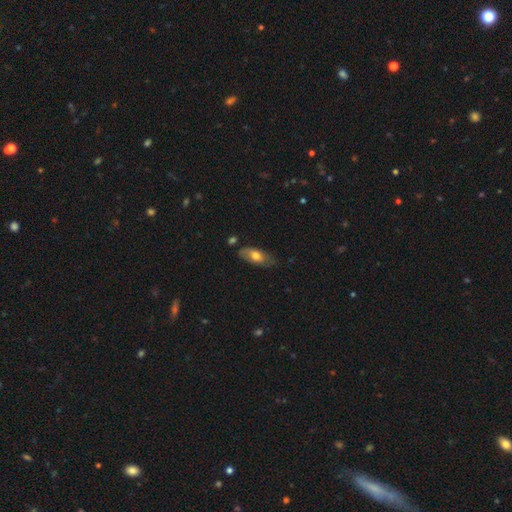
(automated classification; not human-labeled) Smooth or featured?
  - smooth: 65% *
  - featured or disk: 29%
  - star or artifact: 7%
How rounded?
  - in between: 83% *
  - cigar-shaped: 13%
  - round: 3%
Merging?
  - none: 71% *
  - minor disturbance: 22%
  - major disturbance: 4%
  - merger: 3%